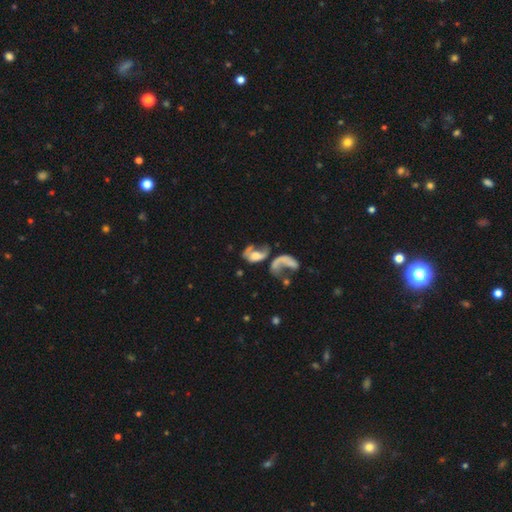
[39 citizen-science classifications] featured or disk 56%, smooth 36%, star or artifact 8%. Down the decision tree: edge-on disk — no (95%); bar — no (81%); spiral arms — no (62%); bulge size — moderate (38%); merging — major disturbance (47%).